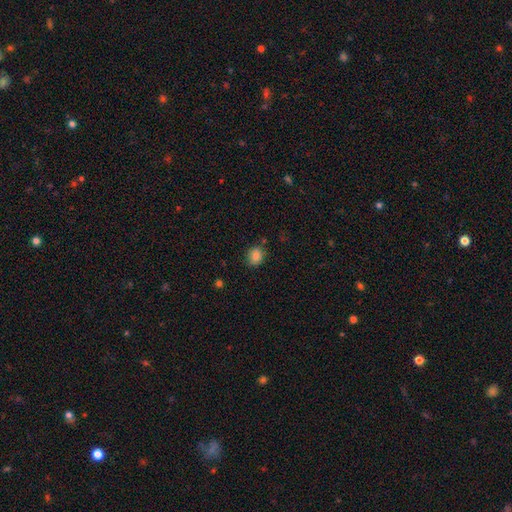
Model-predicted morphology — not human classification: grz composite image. It shows a smooth galaxy with no disk features (84%) that is round (62%). Merging: none (81%).